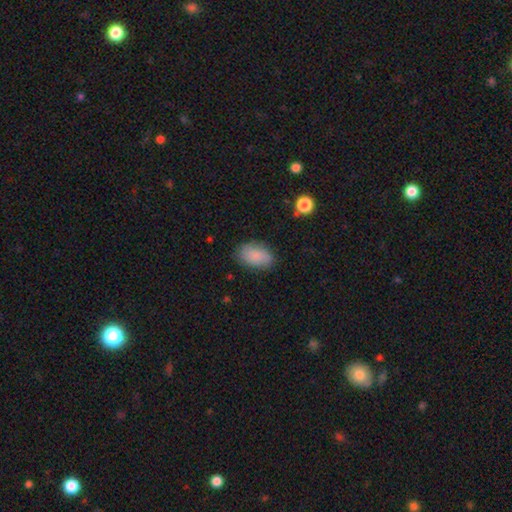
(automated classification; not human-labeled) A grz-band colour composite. It shows a smooth galaxy with no disk features (82%) that is in between round and cigar-shaped (90%). Merging: none (80%).